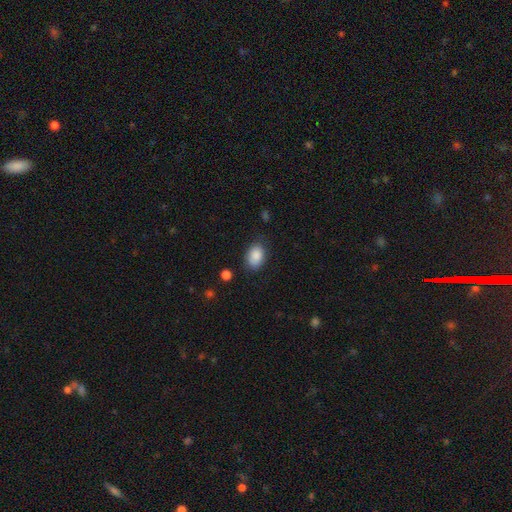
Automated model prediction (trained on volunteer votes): This is clearly a smooth galaxy (88%). How rounded: clearly in between (82%). Merging: likely none (77%).